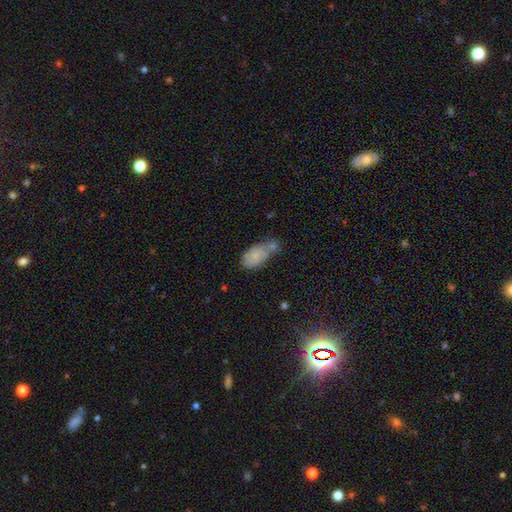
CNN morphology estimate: smooth 73%, featured or disk 17%, star or artifact 10%. Down the decision tree: how rounded — in between (89%); merging — merger (36%).